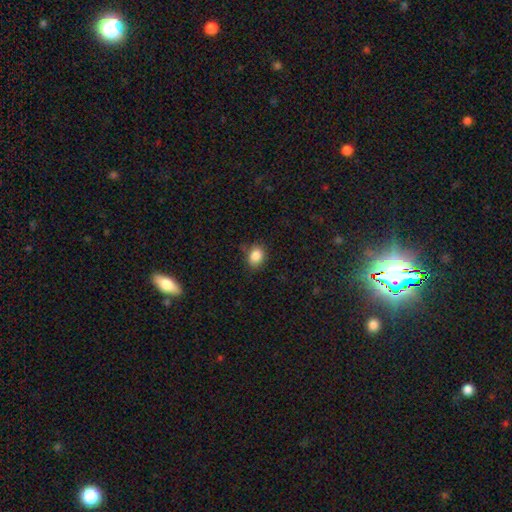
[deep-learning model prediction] Q: Smooth or featured?
A: smooth (86%); runner-up: star or artifact (10%)
Q: How rounded?
A: in between (50%); runner-up: round (49%)
Q: Merging?
A: none (80%); runner-up: minor disturbance (14%)